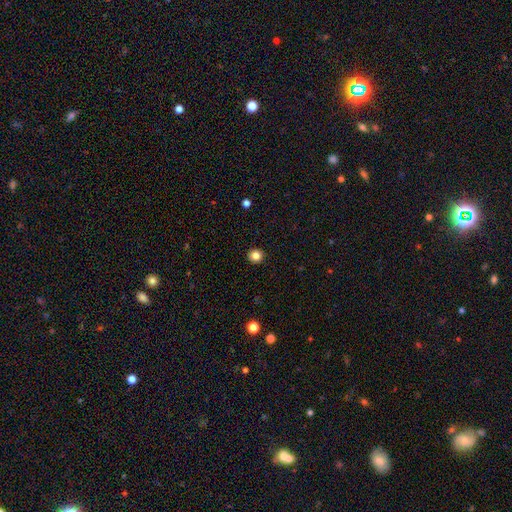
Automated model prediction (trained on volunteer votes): smooth_or_featured: smooth (p=0.83) [alt: star or artifact p=0.11]
how_rounded: round (p=0.92) [alt: in between p=0.07]
merging: none (p=0.93) [alt: minor disturbance p=0.05]